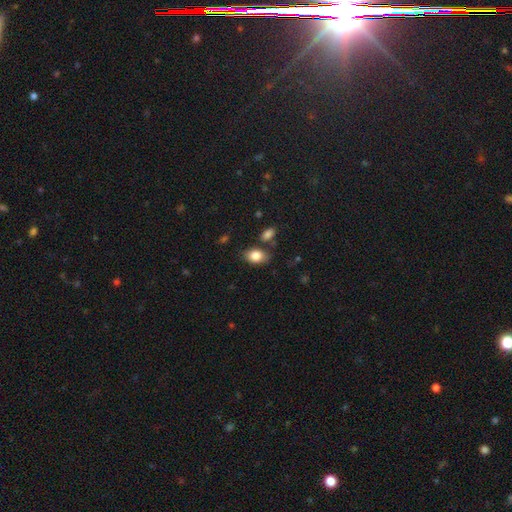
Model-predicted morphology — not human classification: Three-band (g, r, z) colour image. It shows a smooth galaxy with no disk features (84%) that is in between round and cigar-shaped (84%). Merging: none (75%).